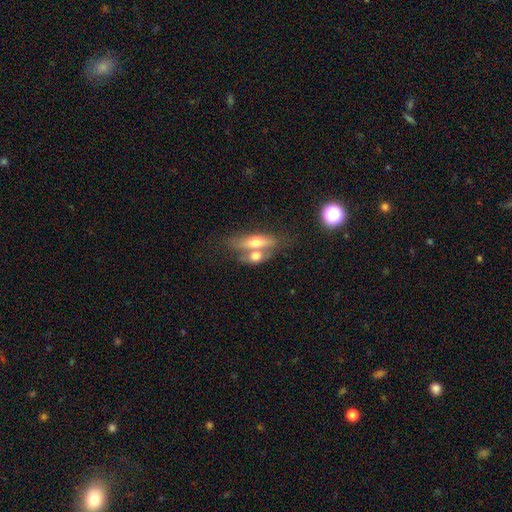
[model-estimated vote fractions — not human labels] Q: Smooth or featured?
A: smooth (59%); runner-up: featured or disk (34%)
Q: How rounded?
A: in between (63%); runner-up: cigar-shaped (27%)
Q: Merging?
A: merger (56%); runner-up: none (30%)